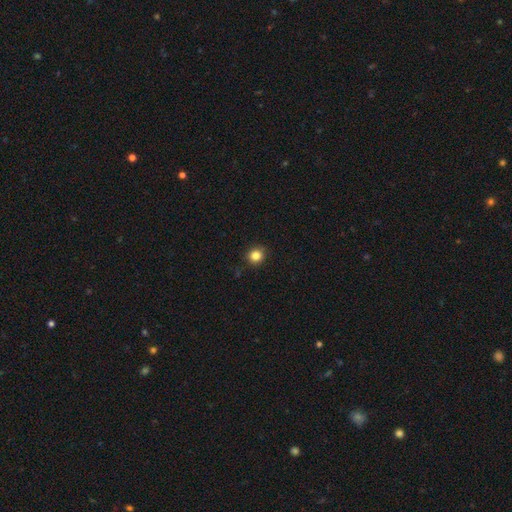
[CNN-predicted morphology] smooth_or_featured: smooth (p=0.84) [alt: star or artifact p=0.11]
how_rounded: round (p=0.88) [alt: in between p=0.11]
merging: none (p=0.90) [alt: minor disturbance p=0.07]